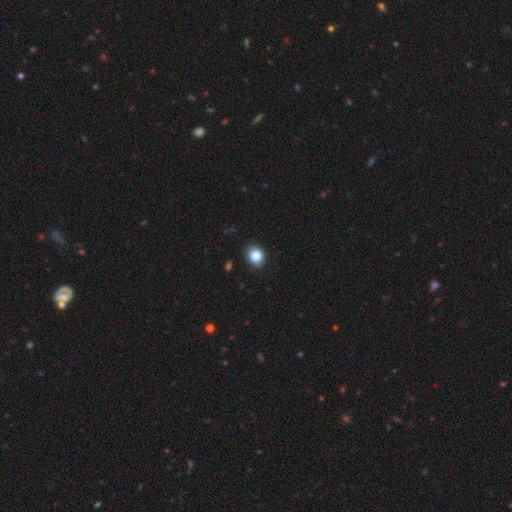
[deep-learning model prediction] smooth-or-featured: smooth: 85% | star or artifact: 10% | featured or disk: 4%
  how-rounded: round: 74% | in between: 25% | cigar-shaped: 1%
  merging: none: 85% | minor disturbance: 12% | major disturbance: 2% | merger: 1%